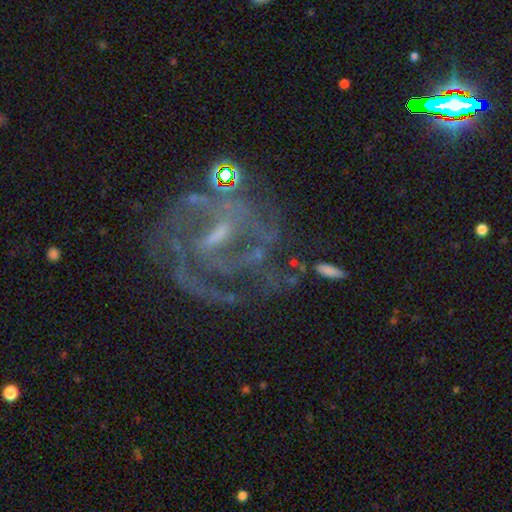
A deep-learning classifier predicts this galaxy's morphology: Smooth or featured?
  - featured or disk: 83% *
  - star or artifact: 10%
  - smooth: 6%
Edge-on disk?
  - no: 97% *
  - yes: 3%
Bar?
  - weak: 49% *
  - strong: 31%
  - no: 20%
Spiral arms?
  - yes: 86% *
  - no: 14%
Spiral winding?
  - tight: 44% *
  - medium: 43%
  - loose: 13%
Spiral arm count?
  - can't tell: 31% *
  - 2: 29%
  - 3: 20%
  - 4: 8%
  - 1: 6%
  - more than 4: 5%
Bulge size?
  - small: 41% *
  - none: 29%
  - moderate: 27%
  - large: 2%
  - dominant: 1%
Merging?
  - none: 59% *
  - major disturbance: 19%
  - minor disturbance: 18%
  - merger: 4%